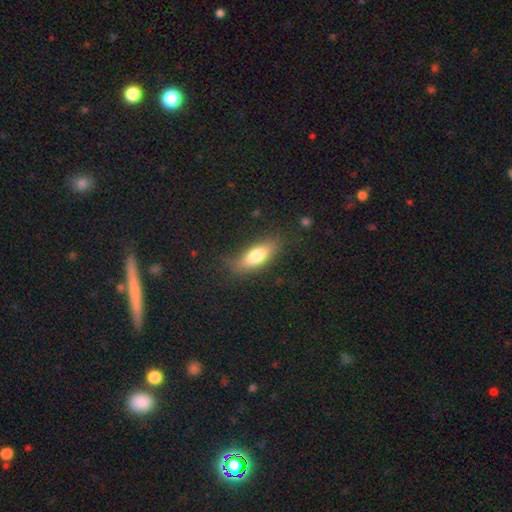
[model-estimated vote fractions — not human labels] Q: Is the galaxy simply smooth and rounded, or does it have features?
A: smooth — 70%.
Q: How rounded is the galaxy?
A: in between — 64%.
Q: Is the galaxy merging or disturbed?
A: none — 78%.